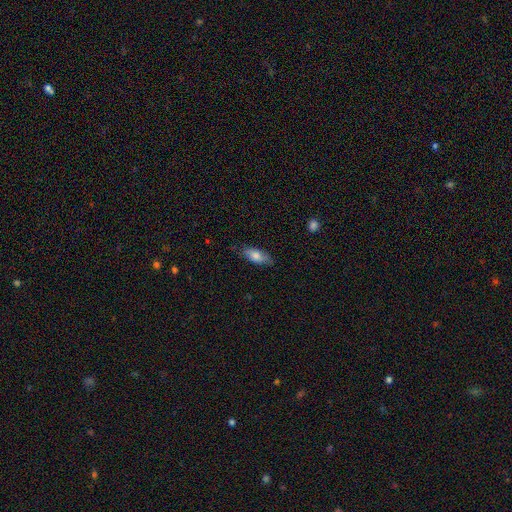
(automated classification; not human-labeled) smooth_or_featured: smooth (p=0.72) [alt: featured or disk p=0.21]
how_rounded: in between (p=0.77) [alt: cigar-shaped p=0.20]
merging: none (p=0.75) [alt: minor disturbance p=0.20]